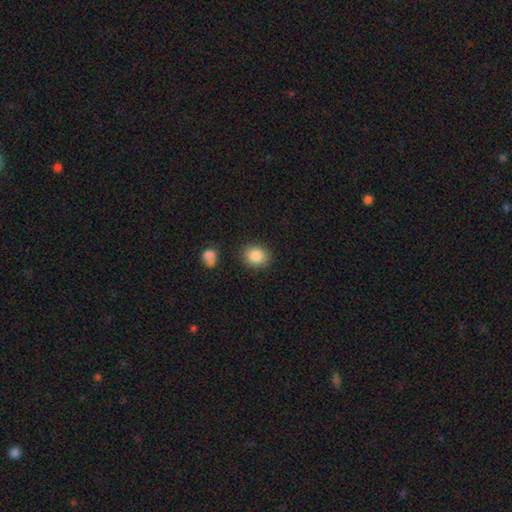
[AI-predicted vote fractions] Smooth or featured: smooth — 86% (star or artifact — 8%)
How rounded: round — 65% (in between — 34%)
Merging: none — 85% (minor disturbance — 9%)